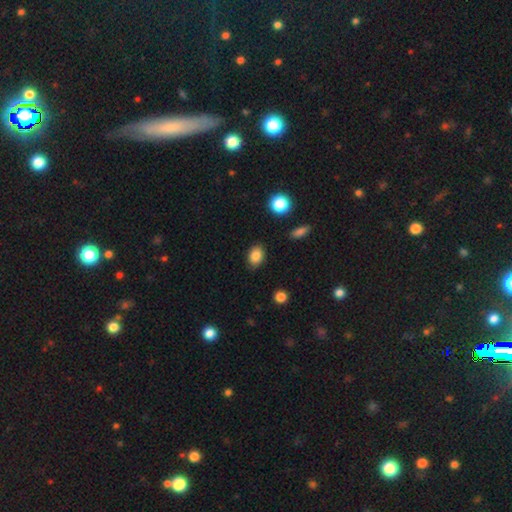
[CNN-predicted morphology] A smooth galaxy with no disk features (85%) that is in between round and cigar-shaped (73%). Merging: none (86%).